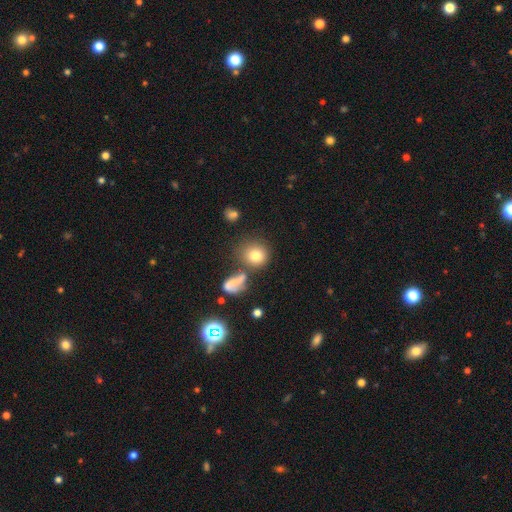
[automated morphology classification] A smooth galaxy with no disk features (77%) that is round (84%). Merging: none (63%).